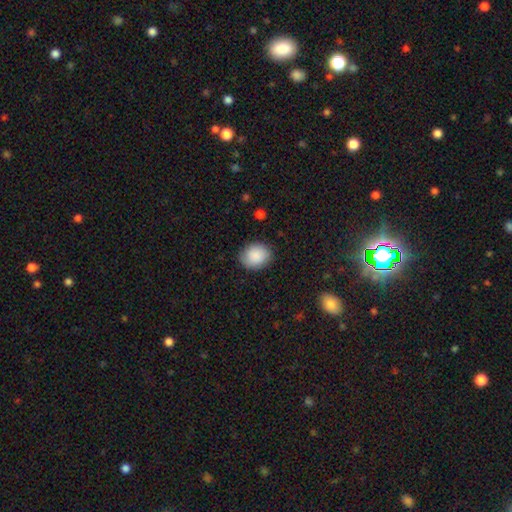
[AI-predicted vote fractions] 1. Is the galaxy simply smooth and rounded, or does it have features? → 88% smooth, 7% star or artifact, 5% featured or disk.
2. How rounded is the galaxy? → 58% round, 41% in between, 1% cigar-shaped.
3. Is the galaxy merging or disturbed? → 83% none, 13% minor disturbance, 3% major disturbance, 1% merger.